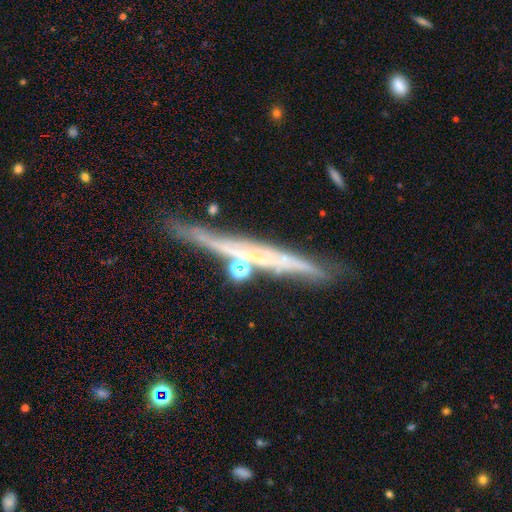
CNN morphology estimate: type=featured or disk (67%); edge-on=yes (94%); edge-on bulge=none (67%); merging=none (77%).